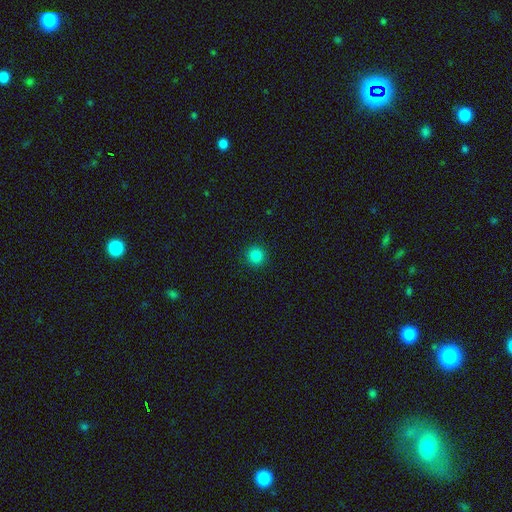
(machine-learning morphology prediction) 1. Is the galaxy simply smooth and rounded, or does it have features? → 84% smooth, 13% star or artifact, 3% featured or disk.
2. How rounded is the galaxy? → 95% round, 5% in between, 1% cigar-shaped.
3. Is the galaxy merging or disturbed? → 92% none, 5% minor disturbance, 2% major disturbance, 1% merger.